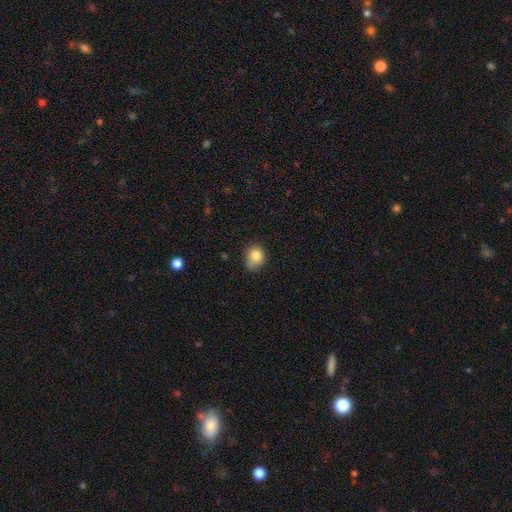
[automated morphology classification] Smooth or featured?
  - smooth: 83% *
  - star or artifact: 10%
  - featured or disk: 7%
How rounded?
  - round: 57% *
  - in between: 42%
  - cigar-shaped: 1%
Merging?
  - none: 63% *
  - minor disturbance: 29%
  - major disturbance: 6%
  - merger: 2%